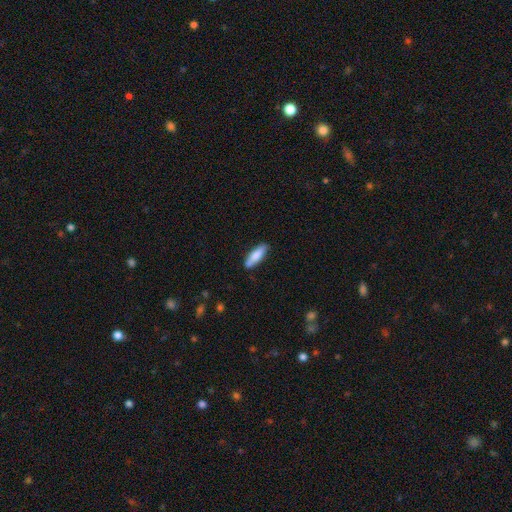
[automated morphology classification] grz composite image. It shows a smooth galaxy with no disk features (80%) that is cigar-shaped (52%). Merging: none (80%).